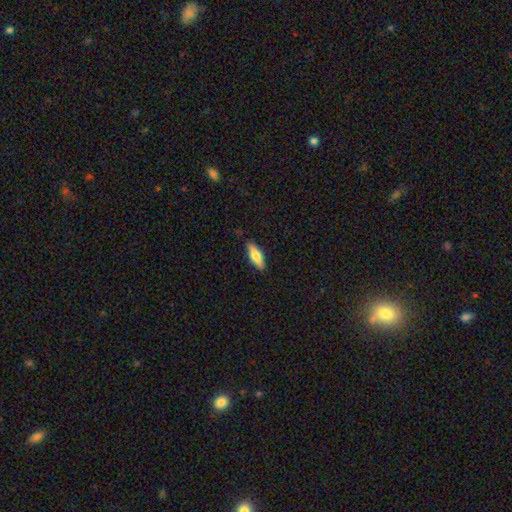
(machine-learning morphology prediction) A smooth galaxy with no disk features (65%) that is in between round and cigar-shaped (50%). Merging: none (87%).